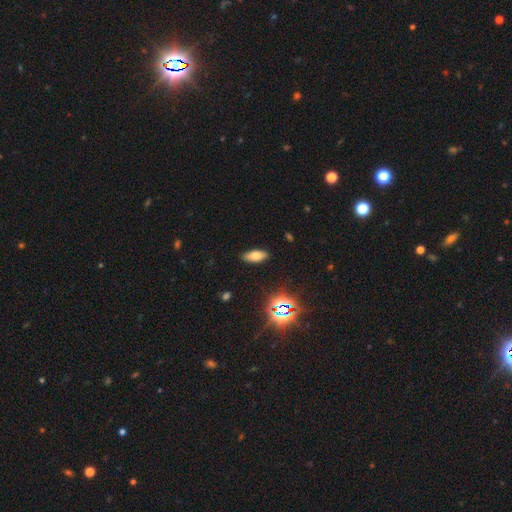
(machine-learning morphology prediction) Smooth or featured? smooth (72%)
How rounded? in between (85%)
Merging? none (89%)